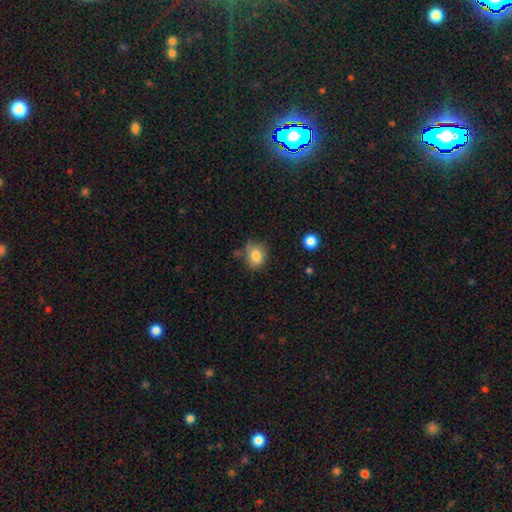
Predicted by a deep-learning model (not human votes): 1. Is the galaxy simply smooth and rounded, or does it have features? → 82% smooth, 10% star or artifact, 8% featured or disk.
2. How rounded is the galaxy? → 60% round, 39% in between, 1% cigar-shaped.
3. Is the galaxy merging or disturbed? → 67% none, 23% minor disturbance, 5% major disturbance, 5% merger.